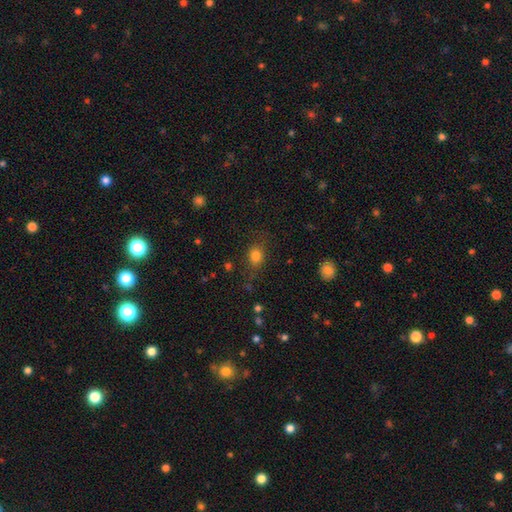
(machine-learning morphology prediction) smooth-or-featured: smooth: 81% | star or artifact: 12% | featured or disk: 7%
  how-rounded: in between: 57% | round: 41% | cigar-shaped: 2%
  merging: none: 74% | minor disturbance: 17% | major disturbance: 7% | merger: 2%